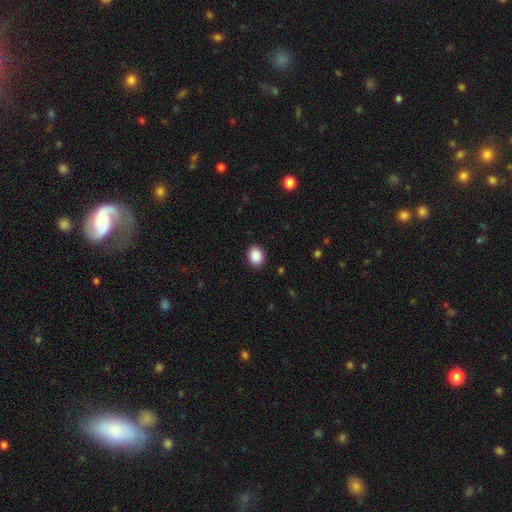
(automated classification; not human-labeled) Smooth or featured? smooth (89%)
How rounded? in between (57%)
Merging? none (91%)